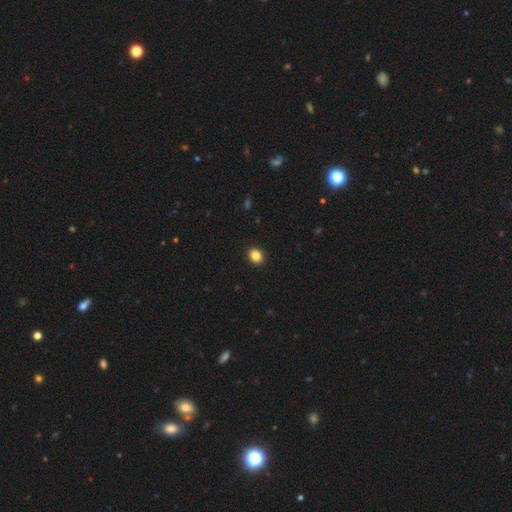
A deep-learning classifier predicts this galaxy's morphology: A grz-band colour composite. It shows a smooth galaxy with no disk features (85%) that is round (65%). Merging: none (92%).